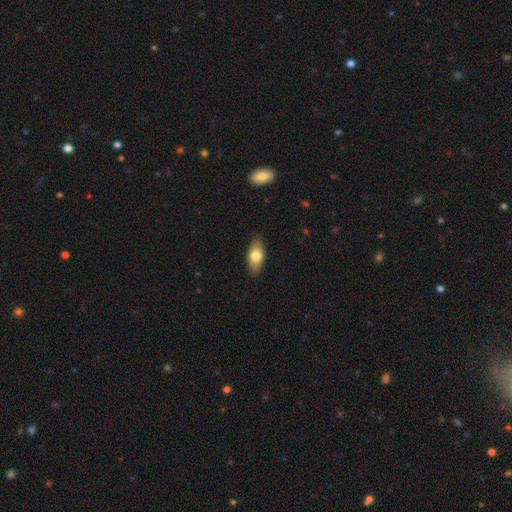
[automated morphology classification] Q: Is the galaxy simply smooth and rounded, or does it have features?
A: smooth — 73%.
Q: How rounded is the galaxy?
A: in between — 86%.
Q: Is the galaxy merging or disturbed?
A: none — 86%.